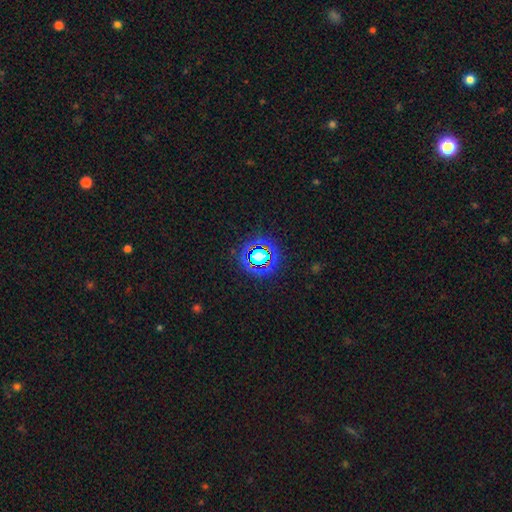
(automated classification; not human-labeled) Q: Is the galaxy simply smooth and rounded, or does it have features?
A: star or artifact — 76%.